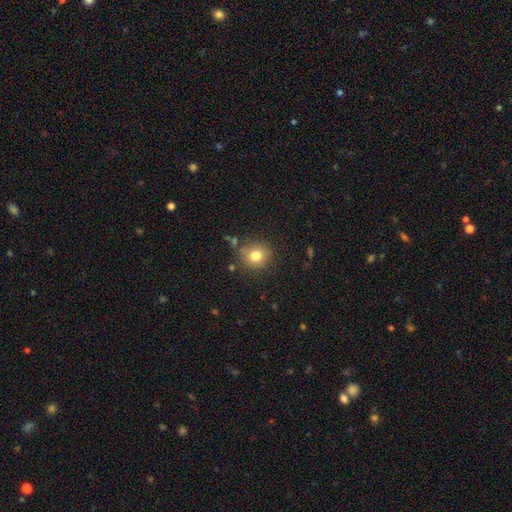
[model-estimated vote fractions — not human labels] This is likely a smooth galaxy (79%). How rounded: clearly round (88%). Merging: clearly none (81%).